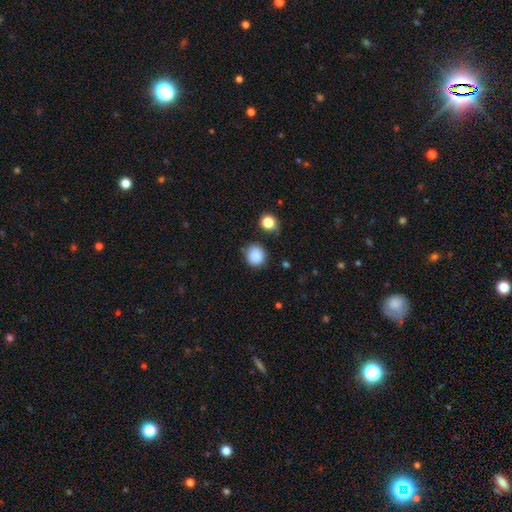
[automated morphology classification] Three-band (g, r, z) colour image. It shows a smooth galaxy with no disk features (86%) that is round (88%). Merging: none (78%).